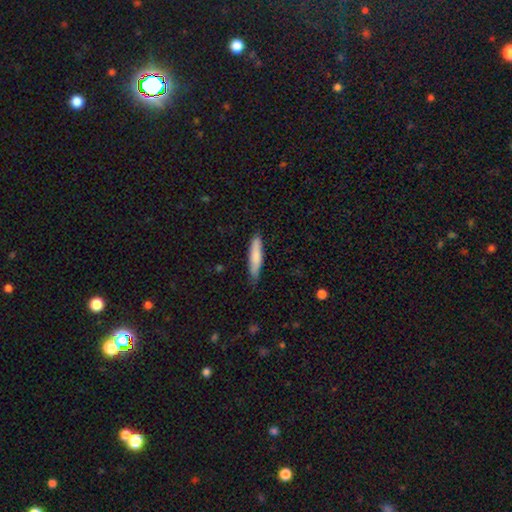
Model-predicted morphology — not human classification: Smooth or featured? Predicted: smooth (p=0.79). How rounded? Predicted: cigar-shaped (p=0.82). Merging? Predicted: none (p=0.77).